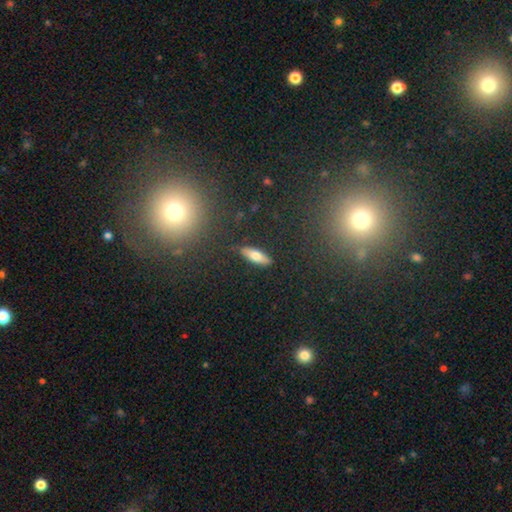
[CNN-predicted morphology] type=smooth (67%); roundness=in between (49%); merging=none (87%).